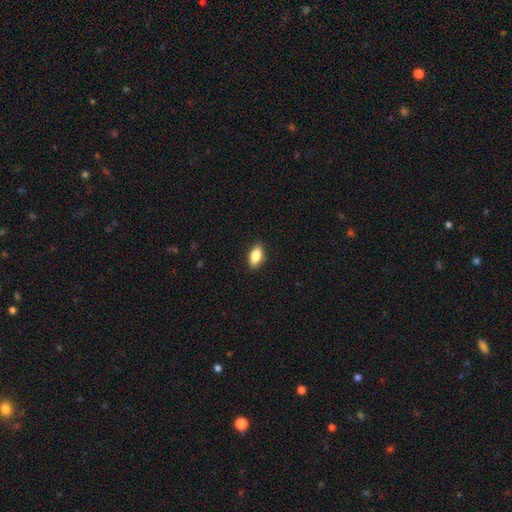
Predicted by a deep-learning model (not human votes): smooth_or_featured: smooth (p=0.83) [alt: featured or disk p=0.10]
how_rounded: in between (p=0.87) [alt: cigar-shaped p=0.09]
merging: none (p=0.89) [alt: minor disturbance p=0.09]